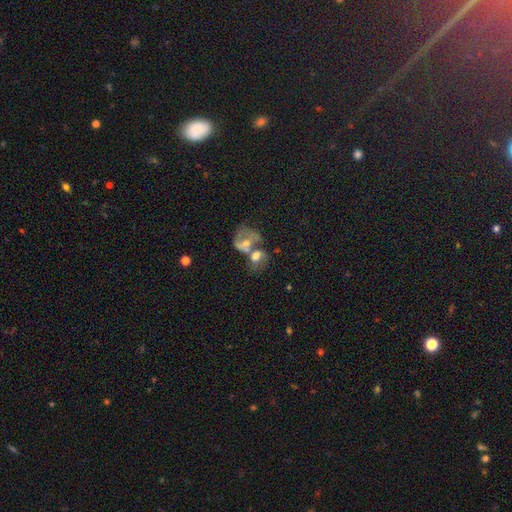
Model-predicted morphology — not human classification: Smooth or featured: smooth — 54% (featured or disk — 35%)
How rounded: in between — 64% (round — 34%)
Merging: merger — 66% (none — 14%)